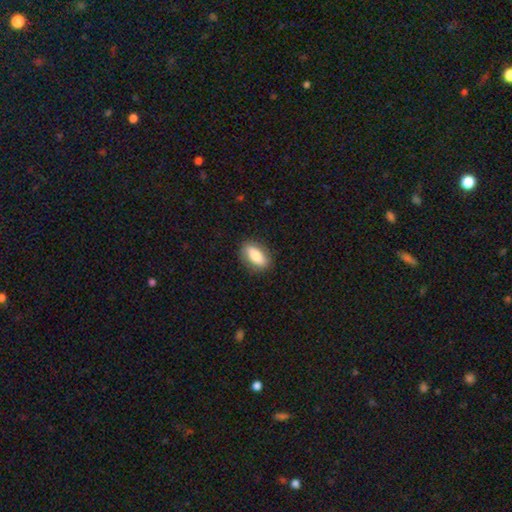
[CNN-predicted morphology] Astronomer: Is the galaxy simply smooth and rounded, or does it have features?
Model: smooth — 75%.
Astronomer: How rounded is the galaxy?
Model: in between — 84%.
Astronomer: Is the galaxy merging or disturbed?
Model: none — 84%.